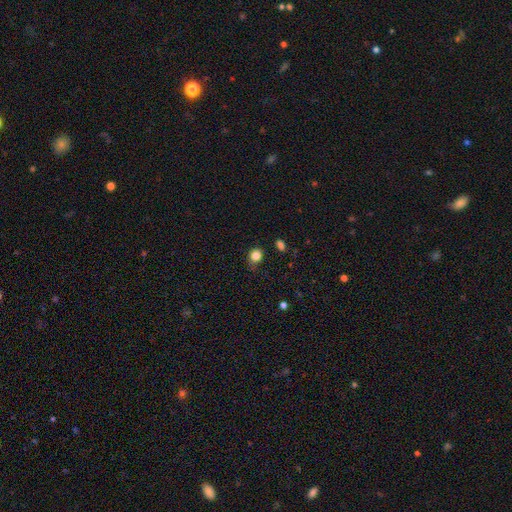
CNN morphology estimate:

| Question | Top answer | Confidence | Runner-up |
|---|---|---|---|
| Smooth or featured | smooth | 83% | star or artifact (12%) |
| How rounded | round | 70% | in between (29%) |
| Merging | none | 73% | minor disturbance (21%) |